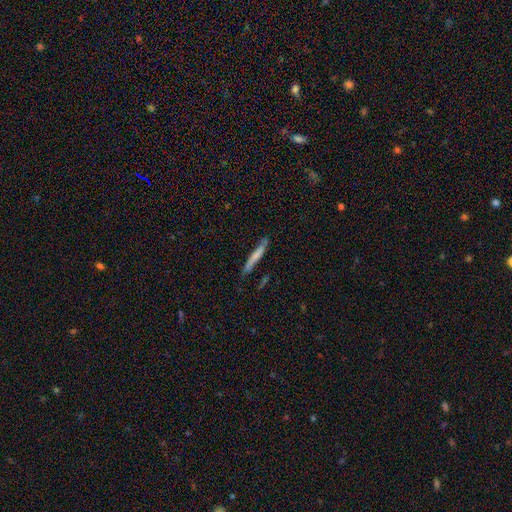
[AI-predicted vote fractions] Q: Smooth or featured?
A: smooth (64%); runner-up: featured or disk (30%)
Q: How rounded?
A: cigar-shaped (95%); runner-up: in between (4%)
Q: Merging?
A: none (75%); runner-up: minor disturbance (18%)